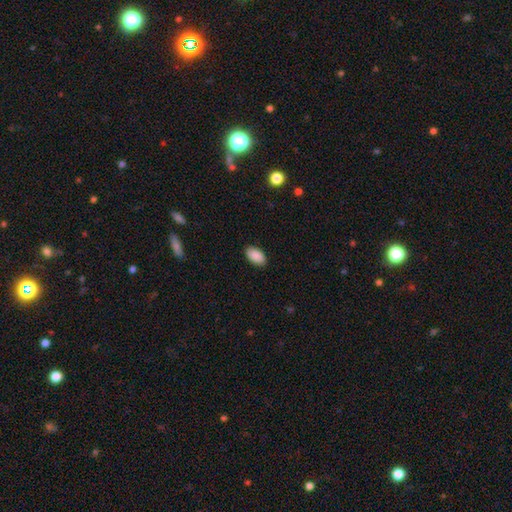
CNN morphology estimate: Q: Smooth or featured?
A: smooth (90%); runner-up: star or artifact (7%)
Q: How rounded?
A: in between (95%); runner-up: round (3%)
Q: Merging?
A: none (88%); runner-up: minor disturbance (9%)